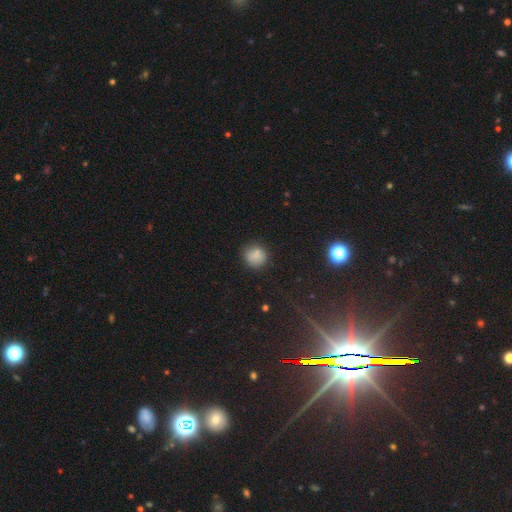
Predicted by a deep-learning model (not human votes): The model was most divided on "merging": none: 78%, minor disturbance: 15%, major disturbance: 4%, merger: 3%. More confident: how rounded — round (85%); smooth or featured — smooth (79%).